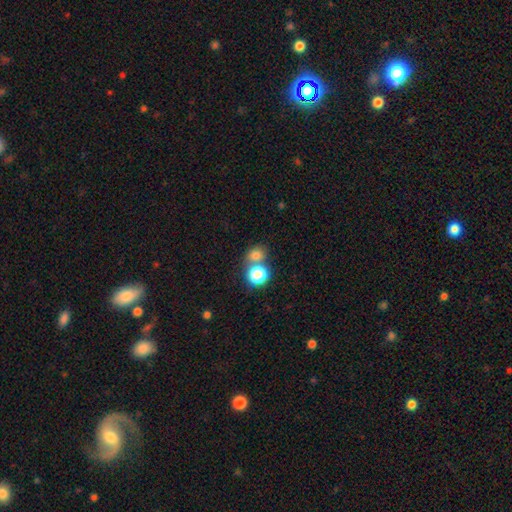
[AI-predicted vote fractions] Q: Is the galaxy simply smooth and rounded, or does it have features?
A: smooth — 74%.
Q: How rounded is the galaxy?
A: round — 72%.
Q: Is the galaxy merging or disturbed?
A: none — 53%.